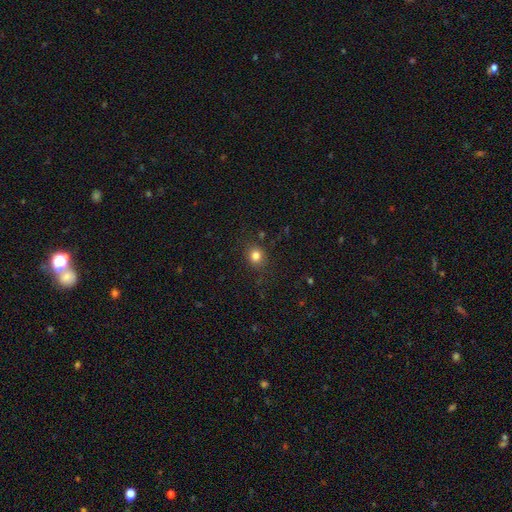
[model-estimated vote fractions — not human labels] A smooth galaxy with no disk features (81%) that is round (79%).

Vote fractions:
- Smooth or featured? smooth: 81% / star or artifact: 13% / featured or disk: 6%
- How rounded? round: 79% / in between: 20% / cigar-shaped: 1%
- Merging? none: 85% / minor disturbance: 10% / major disturbance: 4% / merger: 2%